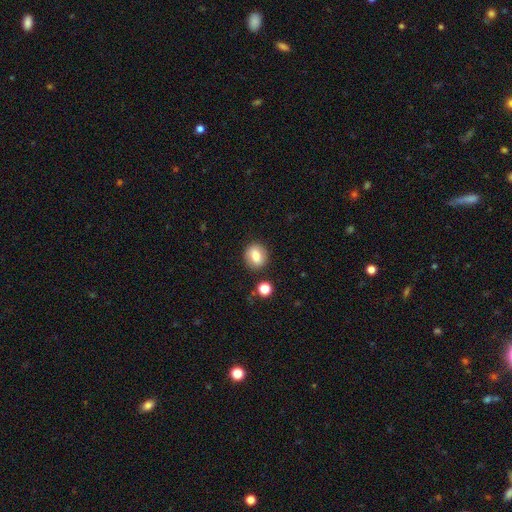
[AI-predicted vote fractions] Q: Smooth or featured?
A: smooth (75%); runner-up: featured or disk (16%)
Q: How rounded?
A: round (72%); runner-up: in between (27%)
Q: Merging?
A: none (84%); runner-up: minor disturbance (9%)